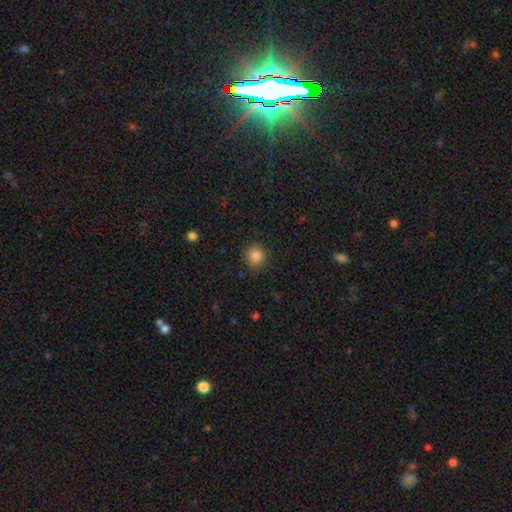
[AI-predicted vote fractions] A smooth galaxy with no disk features (85%) that is round (90%). Merging: none (85%).